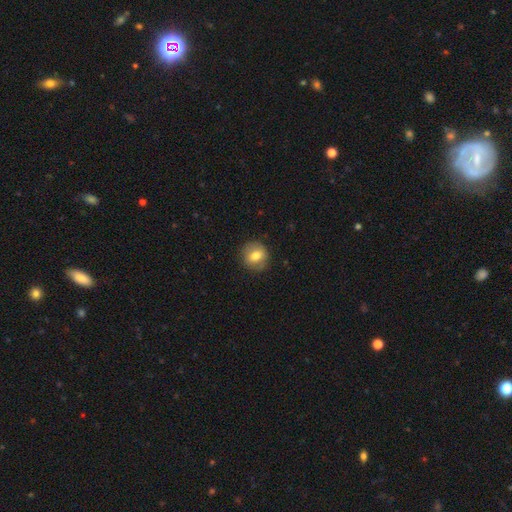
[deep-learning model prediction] Q: Smooth or featured?
A: smooth (72%); runner-up: featured or disk (20%)
Q: How rounded?
A: round (85%); runner-up: in between (14%)
Q: Merging?
A: none (86%); runner-up: minor disturbance (10%)